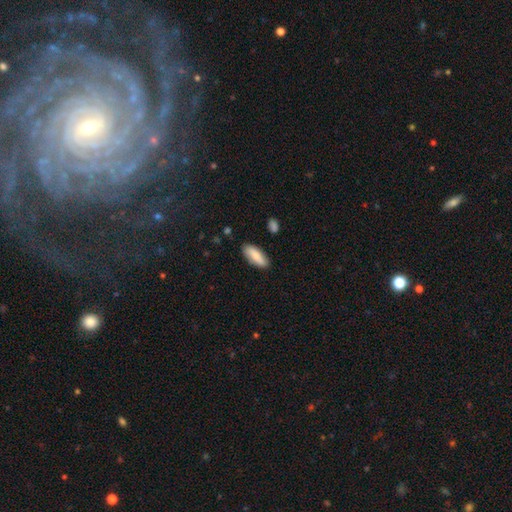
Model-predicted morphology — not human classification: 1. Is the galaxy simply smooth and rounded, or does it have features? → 81% smooth, 13% featured or disk, 6% star or artifact.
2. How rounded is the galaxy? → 74% in between, 24% cigar-shaped, 2% round.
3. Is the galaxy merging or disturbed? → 85% none, 11% minor disturbance, 2% major disturbance, 2% merger.